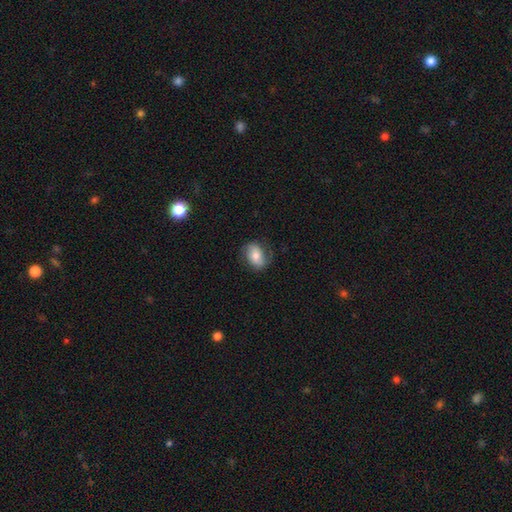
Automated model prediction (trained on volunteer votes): smooth 58%, featured or disk 34%, star or artifact 8%. Down the decision tree: how rounded — in between (74%); merging — none (68%).